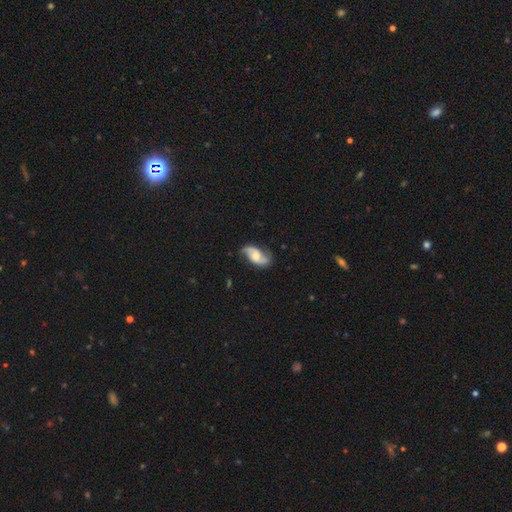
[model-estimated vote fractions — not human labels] Smooth or featured: featured or disk — 73% (smooth — 21%)
Edge-on disk: no — 95% (yes — 5%)
Bar: no — 56% (weak — 33%)
Spiral arms: yes — 92% (no — 8%)
Spiral winding: loose — 52% (medium — 34%)
Spiral arm count: 2 — 89% (can't tell — 5%)
Bulge size: moderate — 60% (small — 27%)
Merging: none — 72% (minor disturbance — 20%)